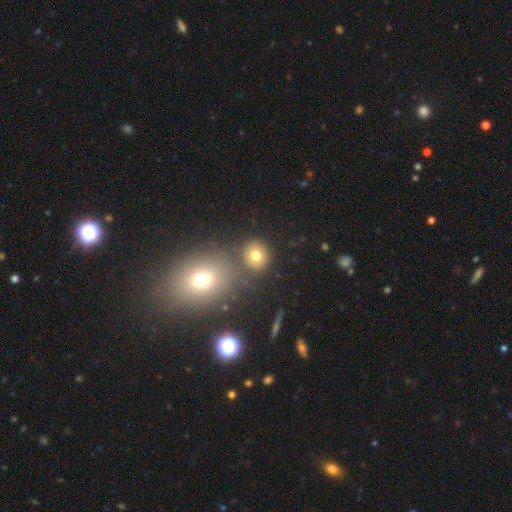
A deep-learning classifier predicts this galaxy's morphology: A smooth galaxy with no disk features (75%) that is round (83%).

Vote fractions:
- Smooth or featured? smooth: 75% / star or artifact: 14% / featured or disk: 11%
- How rounded? round: 83% / in between: 16% / cigar-shaped: 1%
- Merging? none: 79% / merger: 10% / minor disturbance: 8% / major disturbance: 3%